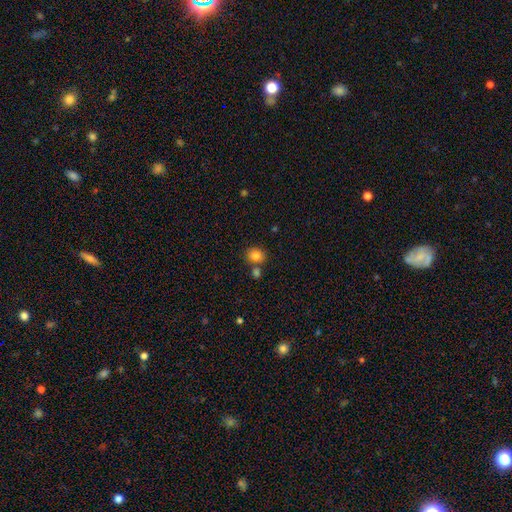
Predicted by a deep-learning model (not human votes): Q: Smooth or featured?
A: smooth (83%); runner-up: star or artifact (11%)
Q: How rounded?
A: round (69%); runner-up: in between (30%)
Q: Merging?
A: none (69%); runner-up: merger (19%)